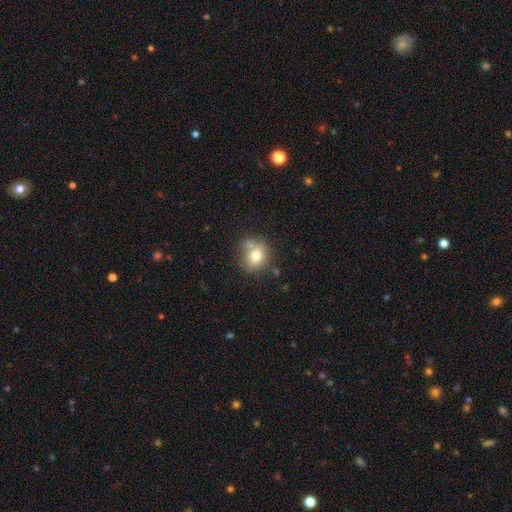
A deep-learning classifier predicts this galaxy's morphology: smooth-or-featured: smooth: 74% | featured or disk: 14% | star or artifact: 11%
  how-rounded: round: 67% | in between: 32% | cigar-shaped: 1%
  merging: none: 60% | minor disturbance: 22% | merger: 12% | major disturbance: 7%